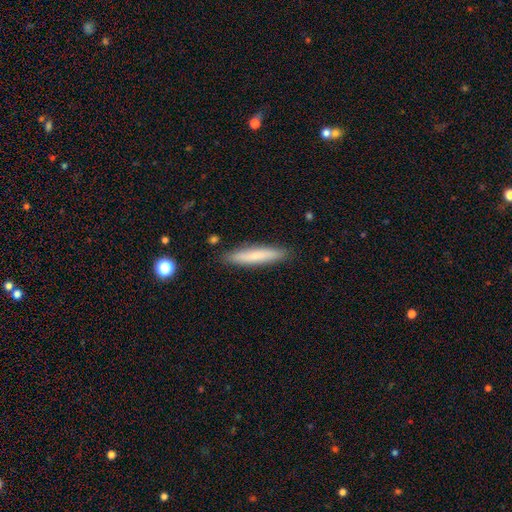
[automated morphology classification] Smooth or featured: smooth — 72% (featured or disk — 22%)
How rounded: cigar-shaped — 90% (in between — 9%)
Merging: none — 88% (minor disturbance — 9%)